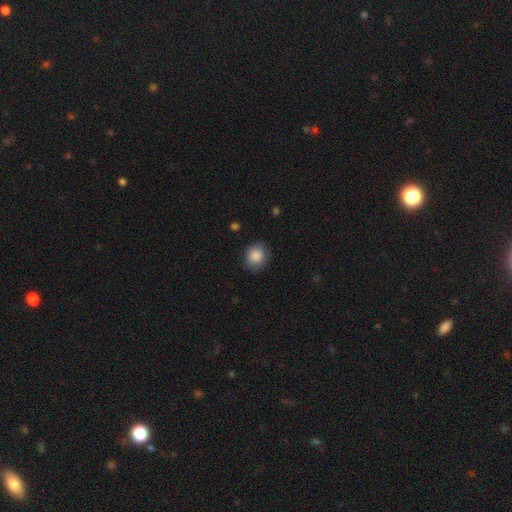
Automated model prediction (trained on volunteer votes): This is clearly a smooth galaxy (87%). How rounded: likely round (79%). Merging: clearly none (83%).